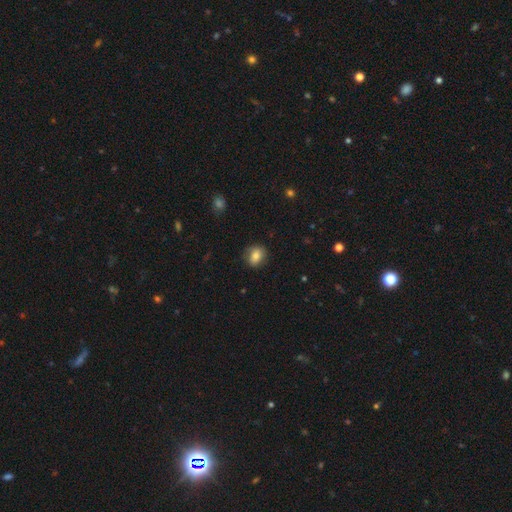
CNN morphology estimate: Smooth or featured: smooth — 77% (featured or disk — 13%)
How rounded: round — 49% (tied with in between — 49%)
Merging: none — 77% (minor disturbance — 17%)